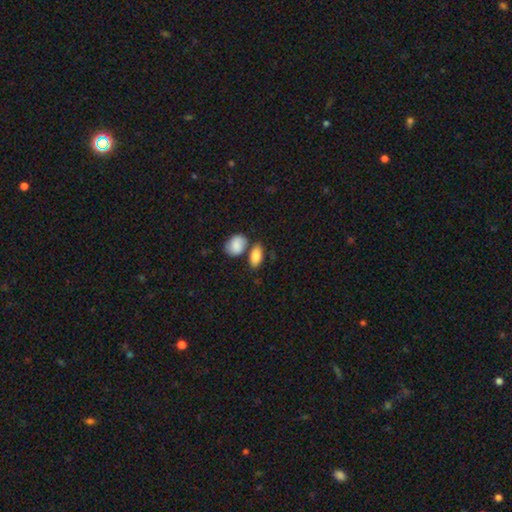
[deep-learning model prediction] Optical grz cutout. It shows a smooth galaxy with no disk features (86%) that is in between round and cigar-shaped (90%). Merging: none (58%).